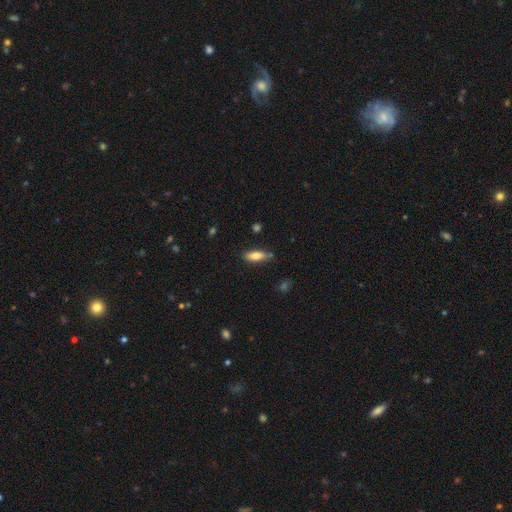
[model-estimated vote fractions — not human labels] This is likely a smooth galaxy (76%). How rounded: possibly in between (58%). Merging: likely none (77%).